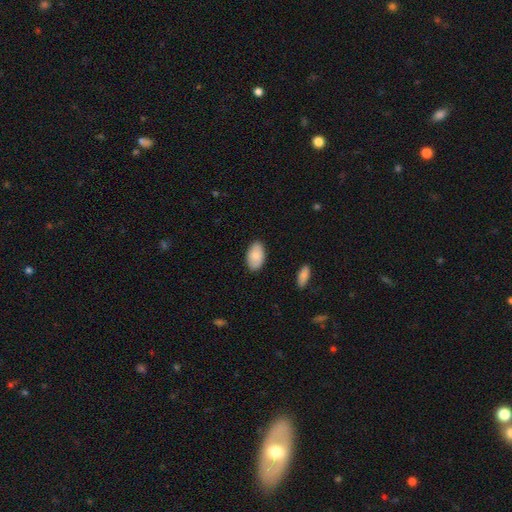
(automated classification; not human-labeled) The model was most divided on "smooth or featured": smooth: 85%, featured or disk: 9%, star or artifact: 6%. More confident: how rounded — in between (95%); merging — none (86%).